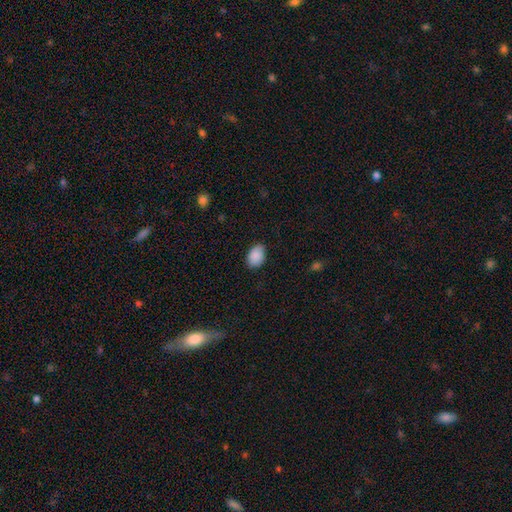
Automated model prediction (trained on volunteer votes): Overall: smooth (89%). How rounded: in between (82%). Merging: none (80%).